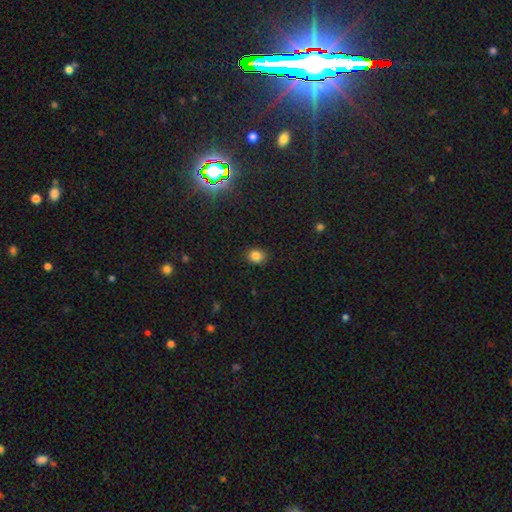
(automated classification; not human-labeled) Morphology: type=smooth (84%); roundness=round (63%); merging=none (89%).